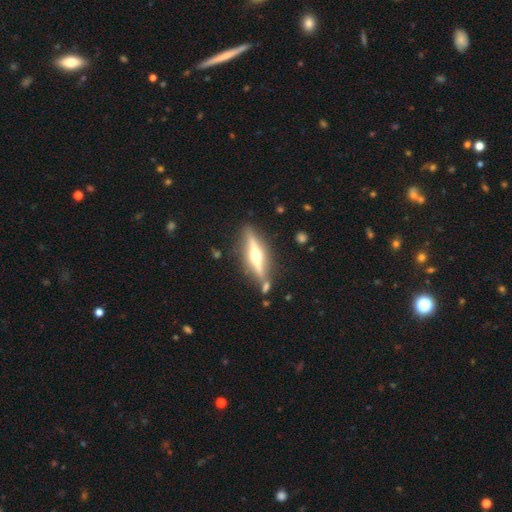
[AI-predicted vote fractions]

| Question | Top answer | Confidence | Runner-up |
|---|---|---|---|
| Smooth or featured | featured or disk | 75% | smooth (20%) |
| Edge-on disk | yes | 95% | no (5%) |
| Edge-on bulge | rounded | 94% | boxy (3%) |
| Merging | none | 80% | minor disturbance (11%) |